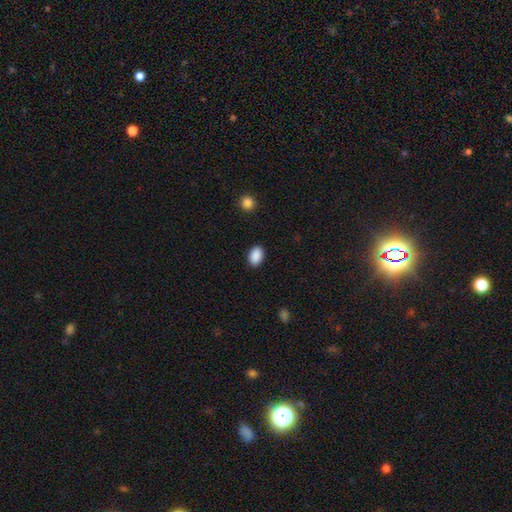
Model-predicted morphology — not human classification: Smooth or featured: smooth — 90% (star or artifact — 7%)
How rounded: in between — 88% (round — 11%)
Merging: none — 89% (minor disturbance — 8%)